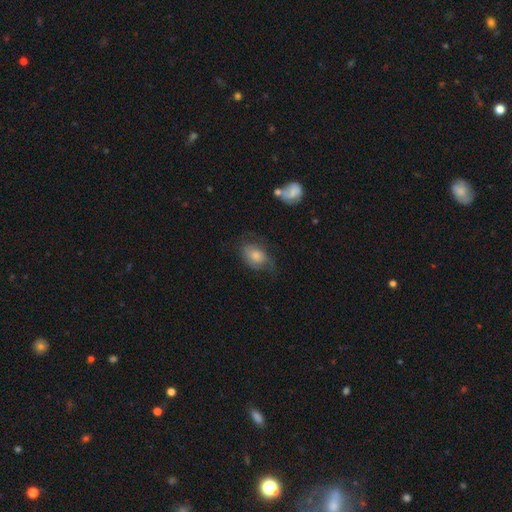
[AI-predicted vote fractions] Smooth or featured: smooth — 66% (featured or disk — 26%)
How rounded: in between — 84% (round — 14%)
Merging: none — 50% (minor disturbance — 30%)